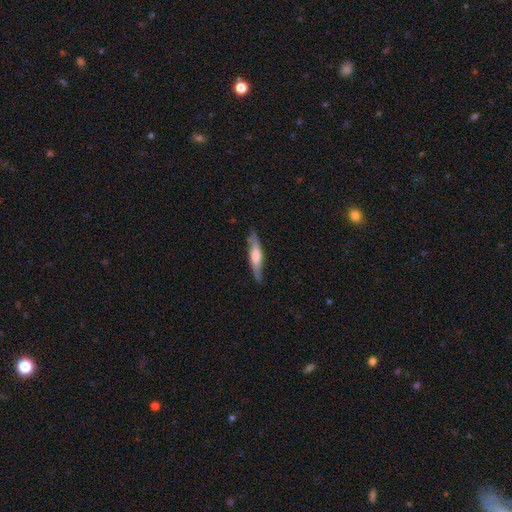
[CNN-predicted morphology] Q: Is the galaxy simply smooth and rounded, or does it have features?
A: smooth — 48%.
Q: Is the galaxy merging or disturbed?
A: none — 81%.